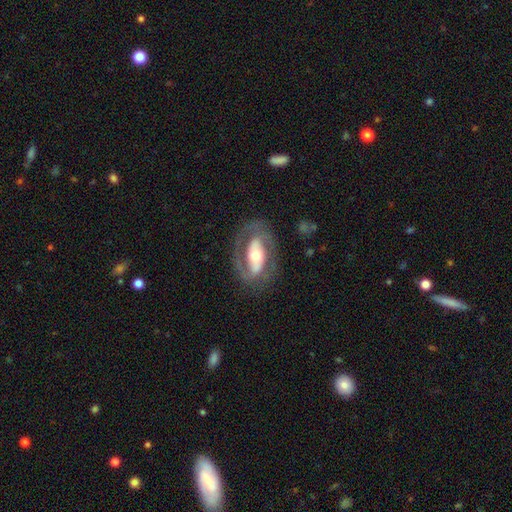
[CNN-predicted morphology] A featured or disk galaxy (77%) with a strong bar (41%), 2 (80%) medium (44%) spiral arms (73%) and a moderate central bulge (65%). Merging: none (74%).